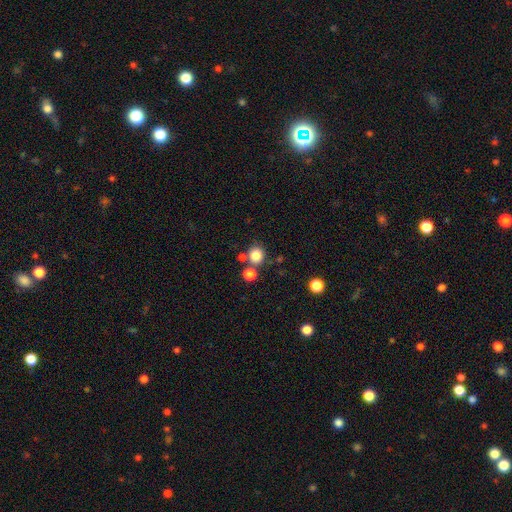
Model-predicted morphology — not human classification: A smooth galaxy with no disk features (83%) that is round (84%).

Vote fractions:
- Smooth or featured? smooth: 83% / star or artifact: 12% / featured or disk: 5%
- How rounded? round: 84% / in between: 15% / cigar-shaped: 1%
- Merging? none: 71% / merger: 17% / minor disturbance: 9% / major disturbance: 3%